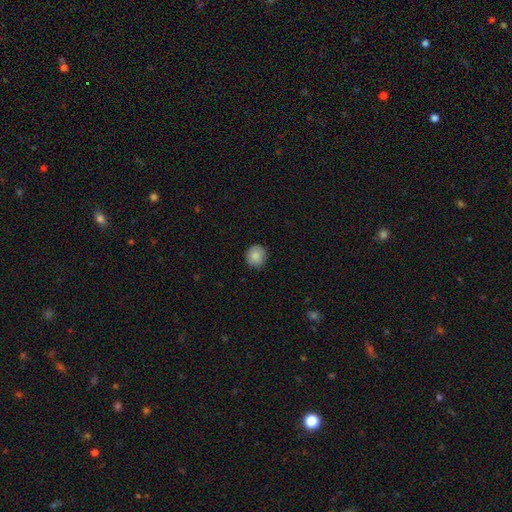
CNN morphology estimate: A smooth galaxy with no disk features (85%) that is round (84%).

Vote fractions:
- Smooth or featured? smooth: 85% / star or artifact: 8% / featured or disk: 7%
- How rounded? round: 84% / in between: 15% / cigar-shaped: 1%
- Merging? none: 82% / minor disturbance: 14% / major disturbance: 2% / merger: 1%